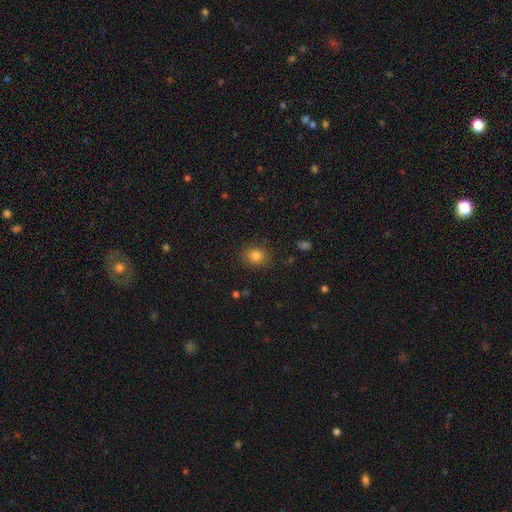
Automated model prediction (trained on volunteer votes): Morphology: type=smooth (82%); roundness=round (62%); merging=none (86%).